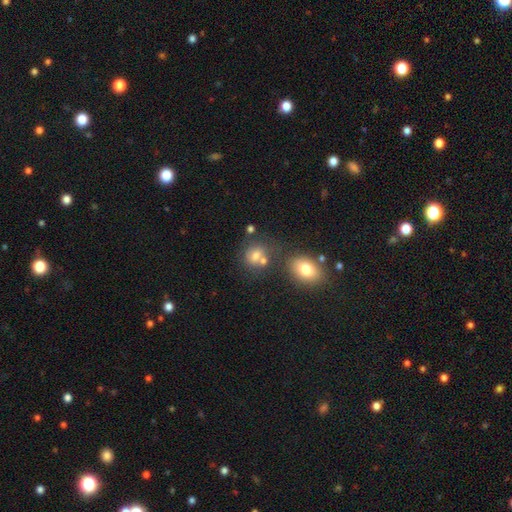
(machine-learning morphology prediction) Smooth or featured?
  - smooth: 71% *
  - star or artifact: 15%
  - featured or disk: 14%
How rounded?
  - round: 65% *
  - in between: 33%
  - cigar-shaped: 1%
Merging?
  - none: 53% *
  - merger: 28%
  - minor disturbance: 13%
  - major disturbance: 6%